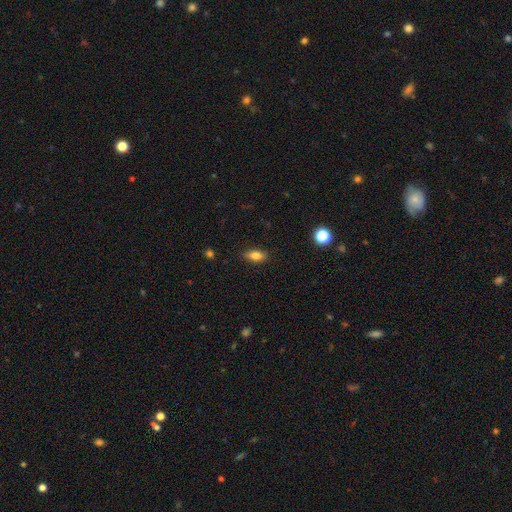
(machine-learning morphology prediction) smooth 79%, featured or disk 12%, star or artifact 9%. Down the decision tree: how rounded — in between (84%); merging — none (87%).